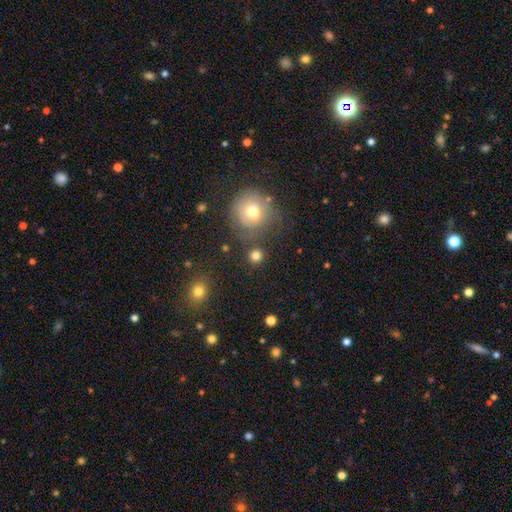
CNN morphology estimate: A smooth galaxy with no disk features (81%) that is round (92%). Merging: none (81%).